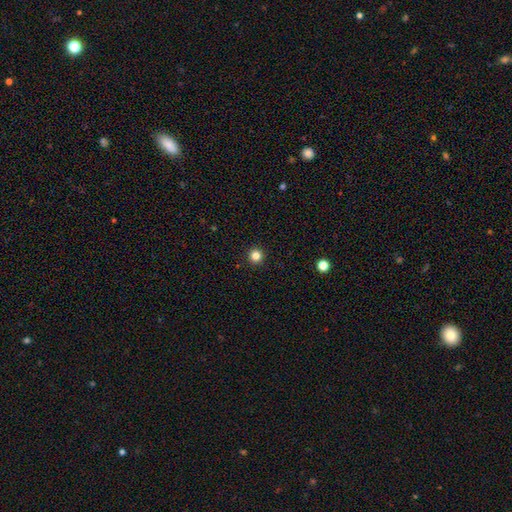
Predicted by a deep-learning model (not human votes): Overall: smooth (83%). How rounded: round (96%). Merging: none (94%).